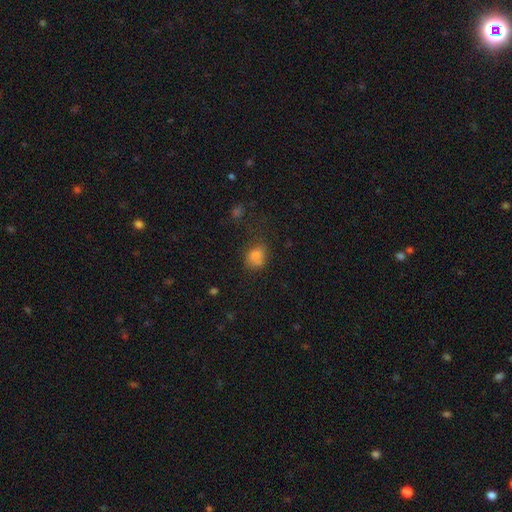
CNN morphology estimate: Smooth or featured: smooth — 75% (star or artifact — 15%)
How rounded: in between — 56% (round — 42%)
Merging: none — 46% (minor disturbance — 24%)